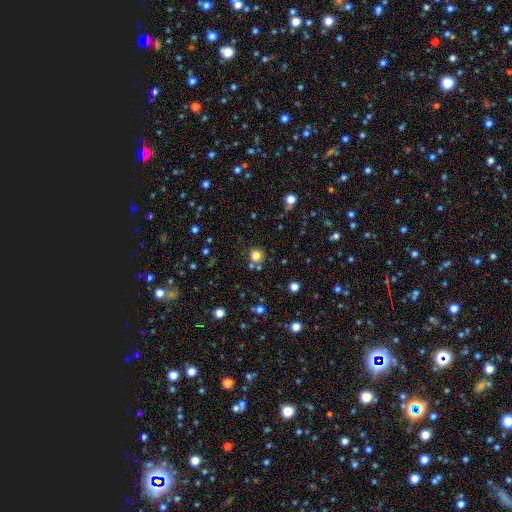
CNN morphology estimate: Smooth or featured? Predicted: smooth (p=0.80). How rounded? Predicted: round (p=0.92). Merging? Predicted: none (p=0.78).